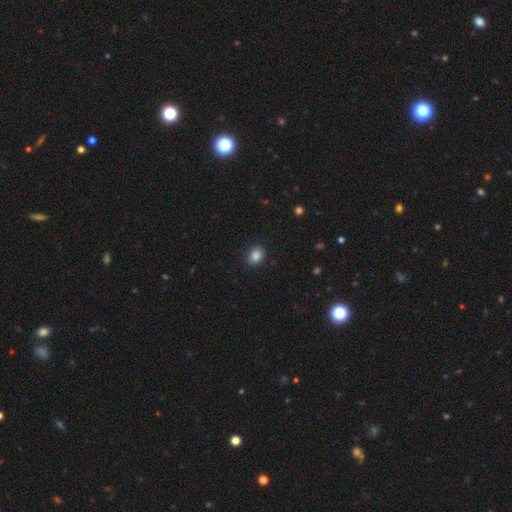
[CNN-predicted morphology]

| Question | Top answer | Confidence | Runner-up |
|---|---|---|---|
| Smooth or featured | smooth | 87% | star or artifact (9%) |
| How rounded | in between | 65% | round (34%) |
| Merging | none | 88% | minor disturbance (9%) |